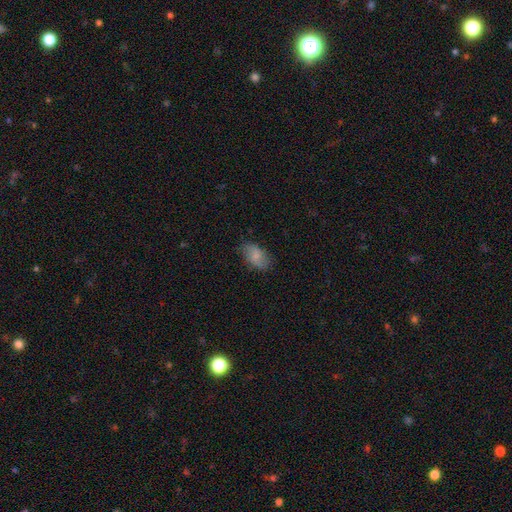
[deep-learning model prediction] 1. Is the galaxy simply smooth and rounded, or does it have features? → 75% smooth, 17% featured or disk, 7% star or artifact.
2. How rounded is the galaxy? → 92% in between, 6% round, 2% cigar-shaped.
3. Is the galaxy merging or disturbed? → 76% none, 18% minor disturbance, 4% major disturbance, 1% merger.